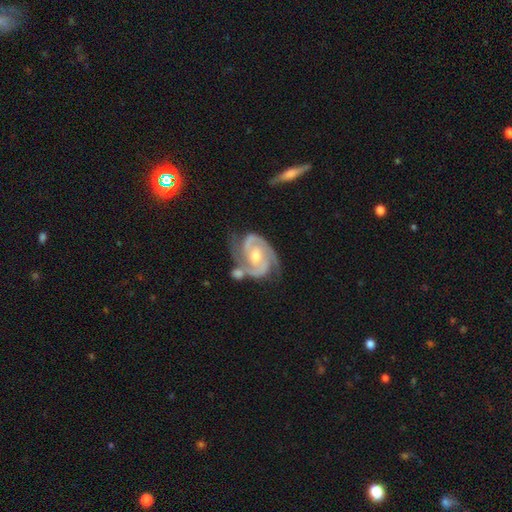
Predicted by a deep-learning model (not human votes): This appears to be a featured or disk galaxy (91%) with no bar (50%), 2 (80%) tight (54%) spiral arms (98%) and a moderate central bulge (67%). Merging: none (56%).